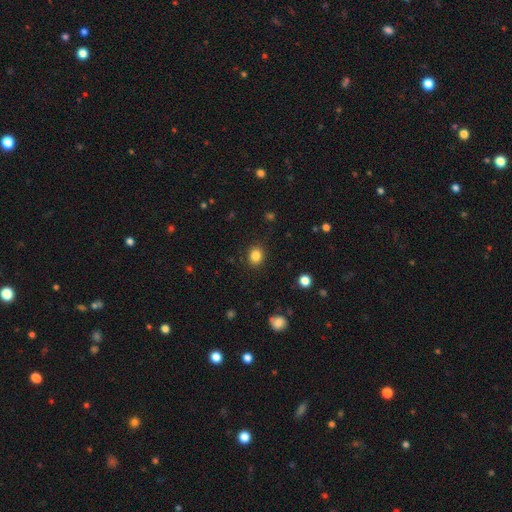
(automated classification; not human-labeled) Smooth or featured? Predicted: smooth (p=0.85). How rounded? Predicted: round (p=0.64). Merging? Predicted: none (p=0.89).